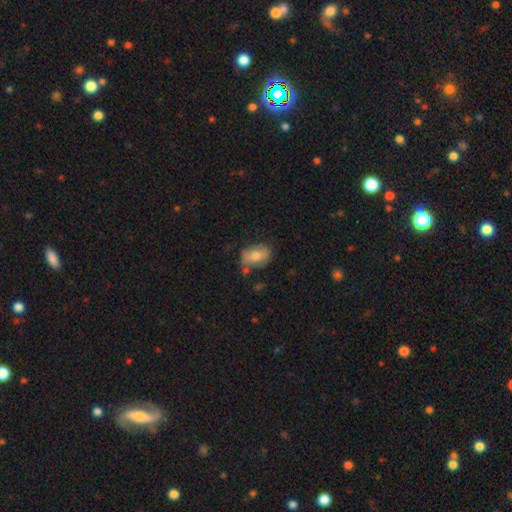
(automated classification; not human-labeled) Smooth or featured? smooth (61%)
How rounded? in between (83%)
Merging? none (64%)